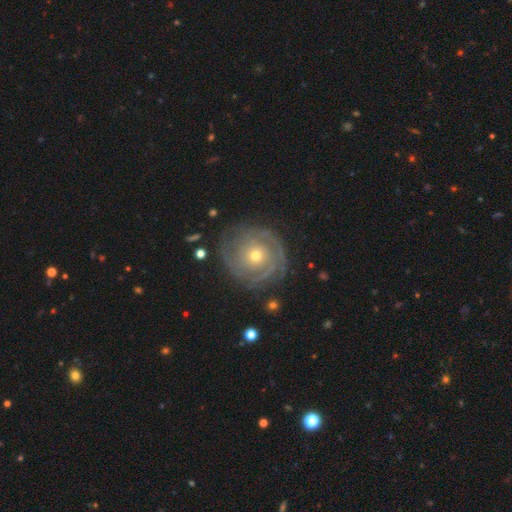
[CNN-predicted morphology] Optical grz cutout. It shows a featured or disk galaxy (83%) with no bar (83%), tight (77%) spiral arms (93%) and a small central bulge (50%). Merging: none (79%).